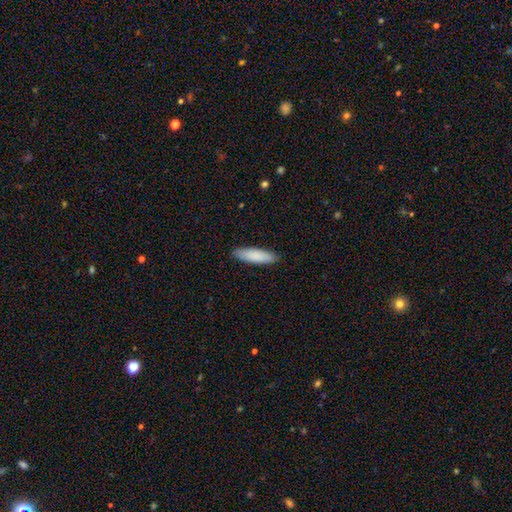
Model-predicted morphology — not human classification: Smooth or featured? Predicted: smooth (p=0.87). How rounded? Predicted: cigar-shaped (p=0.62). Merging? Predicted: none (p=0.89).